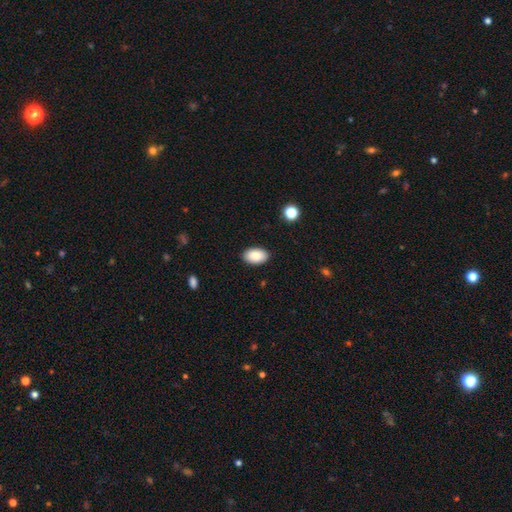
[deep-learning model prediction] The model was most divided on "merging": none: 89%, minor disturbance: 8%, major disturbance: 2%, merger: 1%. More confident: how rounded — in between (93%); smooth or featured — smooth (88%).